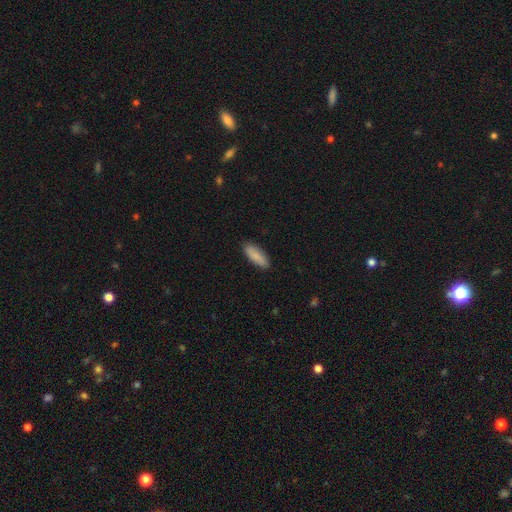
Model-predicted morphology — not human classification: This is clearly a smooth galaxy (85%). How rounded: likely in between (63%). Merging: clearly none (89%).